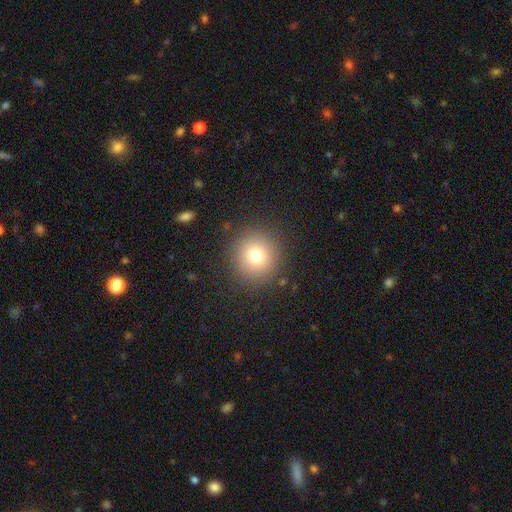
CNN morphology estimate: This appears to be a smooth galaxy with no disk features (77%) that is round (90%). Merging: none (88%).